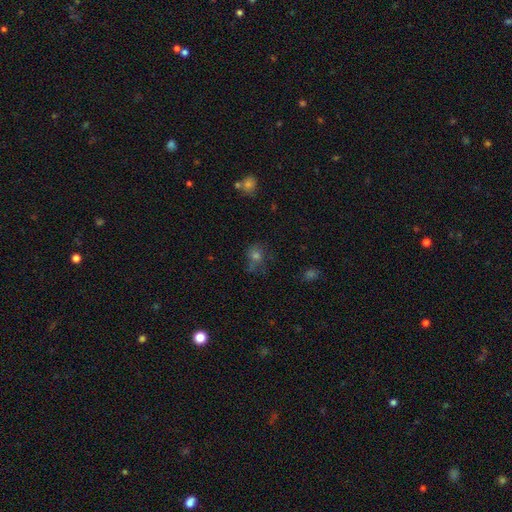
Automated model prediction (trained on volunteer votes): Smooth or featured?
  - smooth: 56% *
  - star or artifact: 27%
  - featured or disk: 17%
How rounded?
  - round: 70% *
  - in between: 28%
  - cigar-shaped: 1%
Merging?
  - none: 61% *
  - minor disturbance: 20%
  - major disturbance: 13%
  - merger: 6%